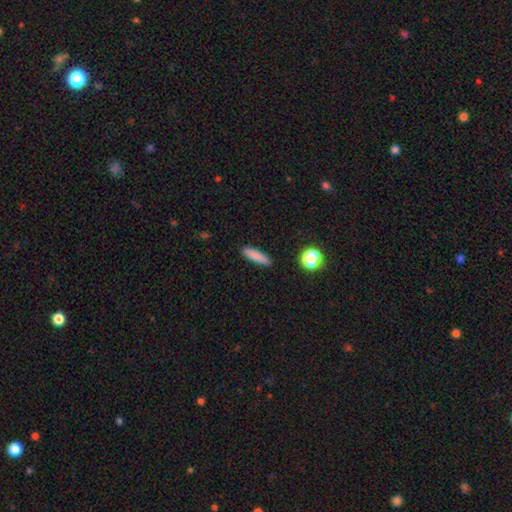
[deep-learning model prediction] smooth_or_featured: smooth (p=0.84) [alt: star or artifact p=0.09]
how_rounded: cigar-shaped (p=0.76) [alt: in between p=0.22]
merging: none (p=0.89) [alt: minor disturbance p=0.07]